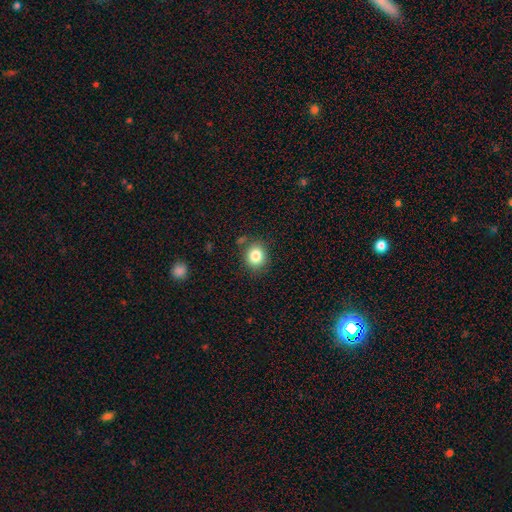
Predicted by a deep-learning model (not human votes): Smooth or featured? Predicted: smooth (p=0.83). How rounded? Predicted: round (p=0.73). Merging? Predicted: none (p=0.81).